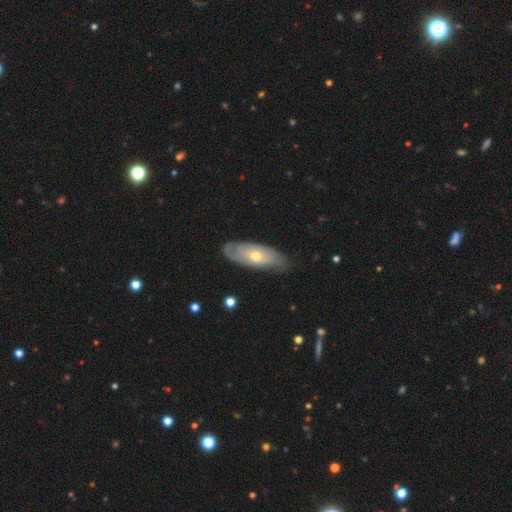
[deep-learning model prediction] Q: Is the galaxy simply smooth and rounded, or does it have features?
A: featured or disk — 61%.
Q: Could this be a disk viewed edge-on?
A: no — 77%.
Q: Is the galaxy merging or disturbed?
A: none — 75%.